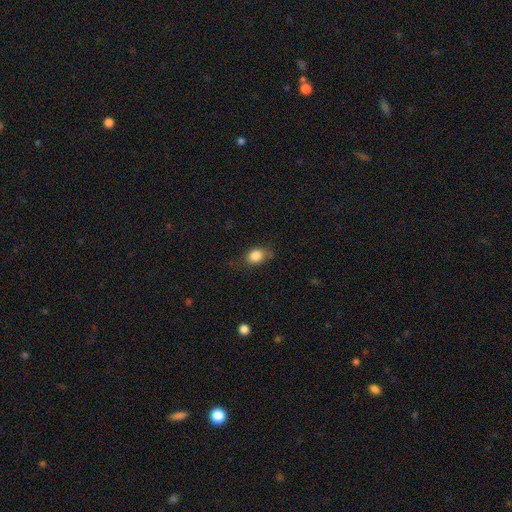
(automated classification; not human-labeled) Smooth or featured? Predicted: smooth (p=0.84). How rounded? Predicted: in between (p=0.60). Merging? Predicted: none (p=0.66).